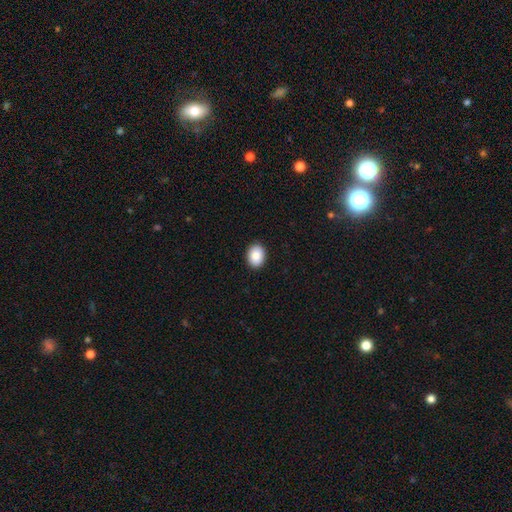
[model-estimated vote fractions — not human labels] Overall: smooth (86%). How rounded: in between (67%; round 32%). Merging: none (91%).